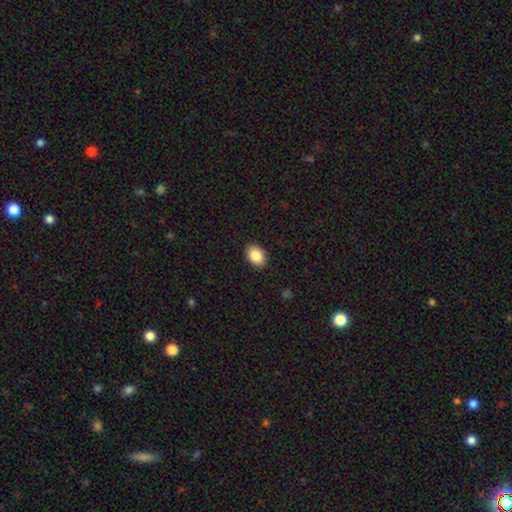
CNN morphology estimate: A smooth galaxy with no disk features (87%) that is in between round and cigar-shaped (77%).

Vote fractions:
- Smooth or featured? smooth: 87% / star or artifact: 8% / featured or disk: 5%
- How rounded? in between: 77% / round: 22% / cigar-shaped: 1%
- Merging? none: 90% / minor disturbance: 7% / major disturbance: 2% / merger: 1%